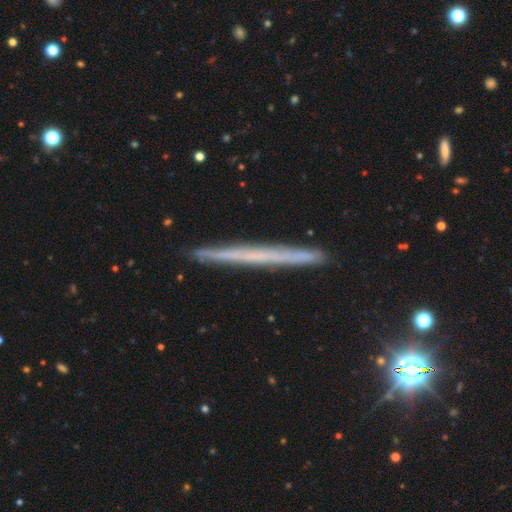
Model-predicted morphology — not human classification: Smooth or featured? Predicted: featured or disk (p=0.54). Edge-on disk? Predicted: yes (p=0.97). Edge-on bulge? Predicted: none (p=0.88). Merging? Predicted: none (p=0.89).